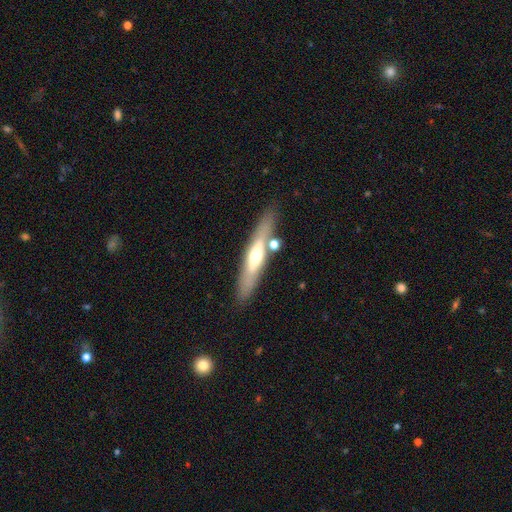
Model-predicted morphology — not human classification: type=featured or disk (53%); edge-on=yes (81%); merging=none (77%).